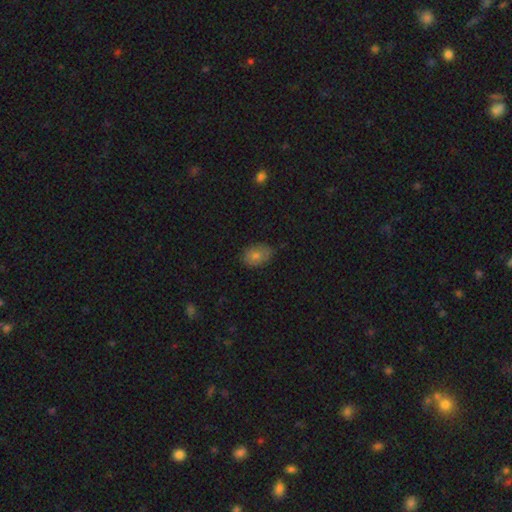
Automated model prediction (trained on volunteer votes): This is likely a smooth galaxy (76%). How rounded: clearly in between (82%). Merging: likely none (75%).